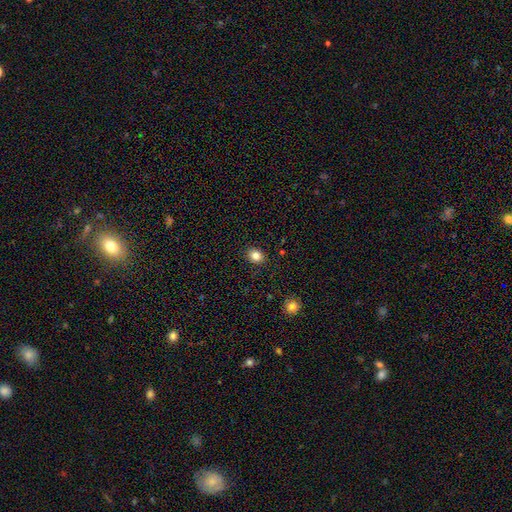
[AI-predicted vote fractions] Smooth or featured?
  - smooth: 83% *
  - star or artifact: 11%
  - featured or disk: 6%
How rounded?
  - round: 57% *
  - in between: 42%
  - cigar-shaped: 1%
Merging?
  - none: 89% *
  - minor disturbance: 8%
  - major disturbance: 2%
  - merger: 1%